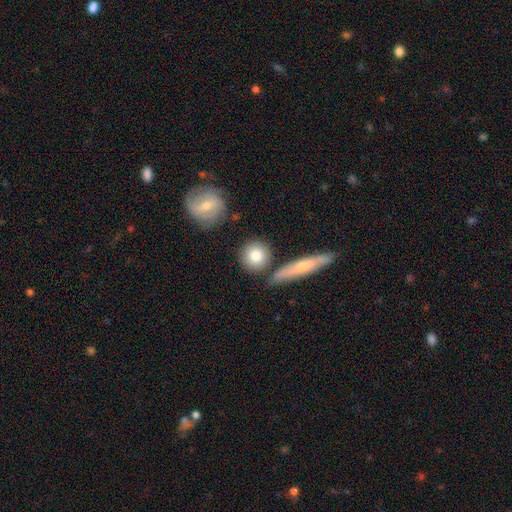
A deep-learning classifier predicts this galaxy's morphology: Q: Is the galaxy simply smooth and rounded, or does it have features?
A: smooth — 81%.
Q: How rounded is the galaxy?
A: round — 87%.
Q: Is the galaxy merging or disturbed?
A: none — 77%.